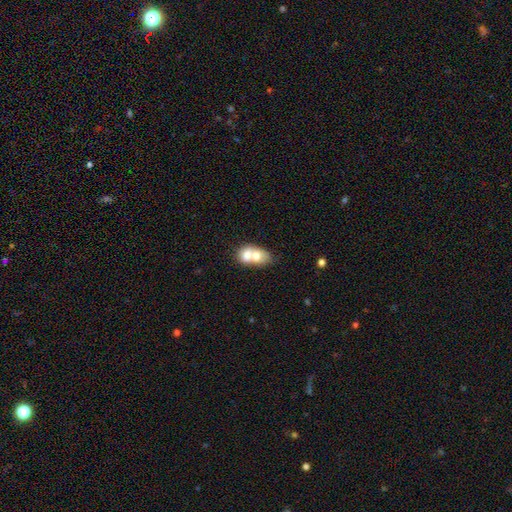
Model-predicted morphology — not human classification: smooth-or-featured: smooth: 66% | featured or disk: 27% | star or artifact: 7%
  how-rounded: in between: 69% | round: 30% | cigar-shaped: 2%
  merging: merger: 75% | none: 16% | minor disturbance: 6% | major disturbance: 3%